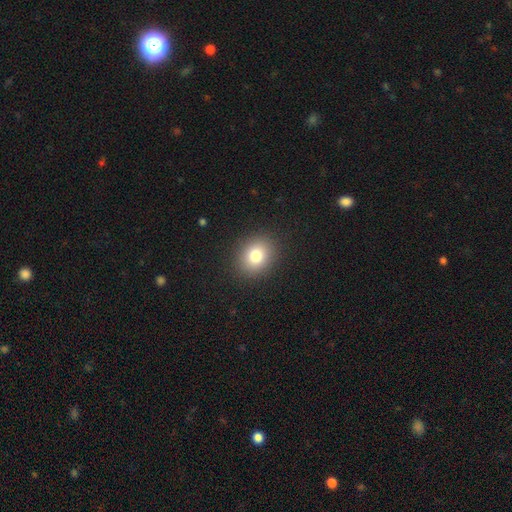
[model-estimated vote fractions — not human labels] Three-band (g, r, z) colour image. It shows a smooth galaxy with no disk features (80%) that is round (61%). Merging: none (90%).